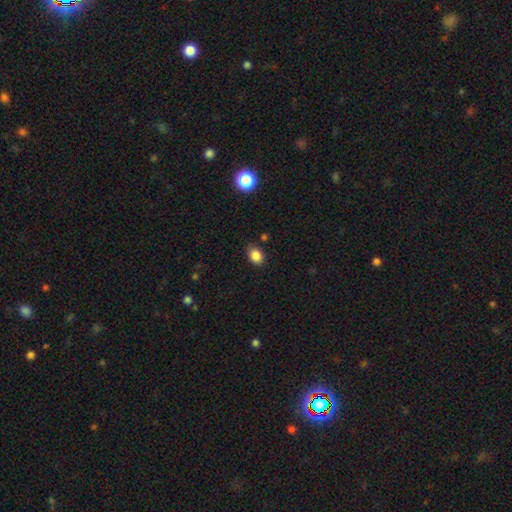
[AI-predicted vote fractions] Smooth or featured? Predicted: smooth (p=0.85). How rounded? Predicted: in between (p=0.67). Merging? Predicted: none (p=0.82).